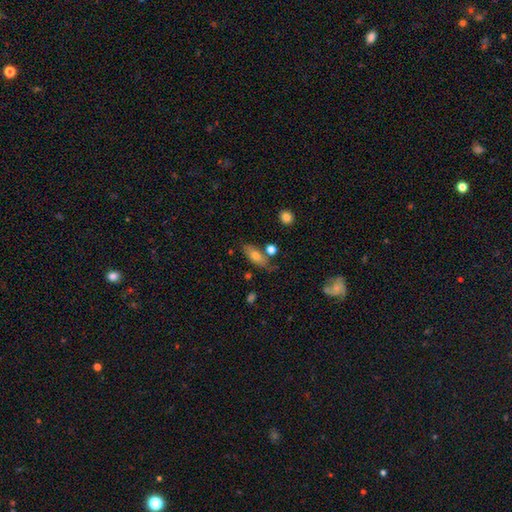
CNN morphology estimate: Overall: smooth (71%). How rounded: in between (80%). Merging: none (64%).